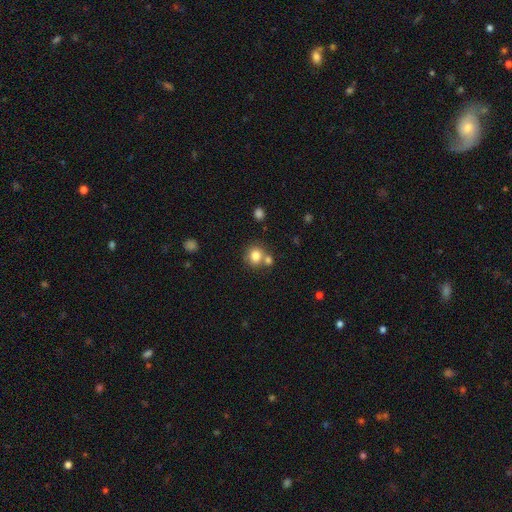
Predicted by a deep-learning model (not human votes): A smooth galaxy with no disk features (81%) that is round (78%). Merging: none (57%).